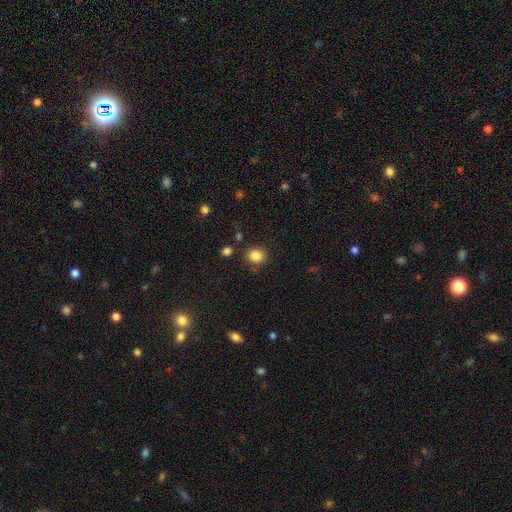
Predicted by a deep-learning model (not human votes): A smooth galaxy with no disk features (84%) that is round (73%).

Vote fractions:
- Smooth or featured? smooth: 84% / star or artifact: 11% / featured or disk: 5%
- How rounded? round: 73% / in between: 26% / cigar-shaped: 1%
- Merging? none: 81% / minor disturbance: 11% / merger: 4% / major disturbance: 4%